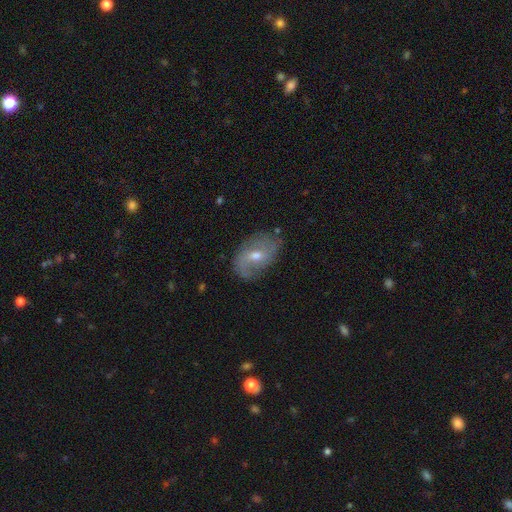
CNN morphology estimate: This appears to be a featured or disk galaxy (64%) with a weak bar (49%), spiral arms (80%) and a moderate central bulge (65%). Merging: none (68%).